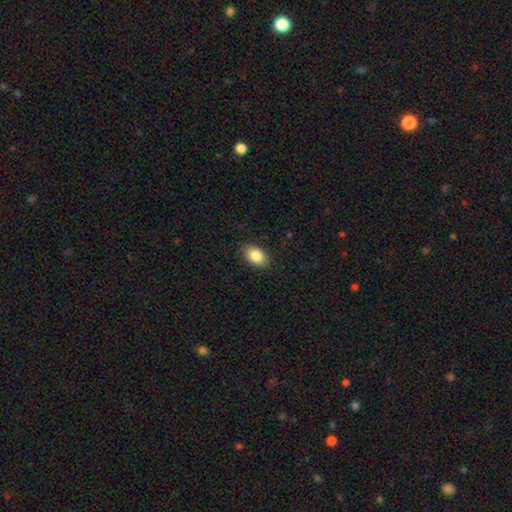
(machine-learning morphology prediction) Smooth or featured: smooth — 86% (star or artifact — 7%)
How rounded: in between — 89% (round — 10%)
Merging: none — 87% (minor disturbance — 10%)